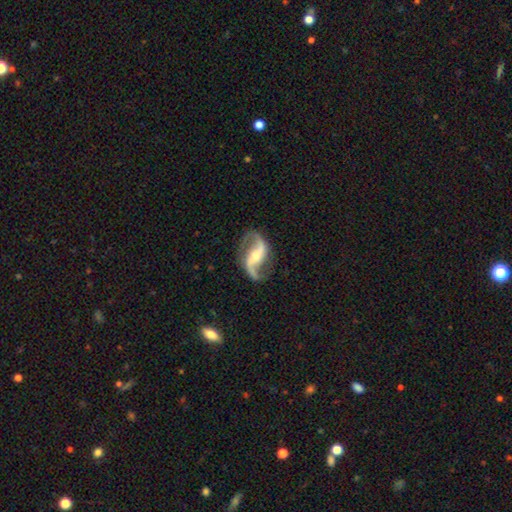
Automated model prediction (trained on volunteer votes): A featured or disk galaxy (92%) with a weak bar (38%), 2 (94%) loose (66%) spiral arms (98%) and a moderate central bulge (47%).

Vote fractions:
- Smooth or featured? featured or disk: 92% / star or artifact: 4% / smooth: 4%
- Edge-on disk? no: 98% / yes: 2%
- Bar? weak: 38% / strong: 35% / no: 27%
- Spiral arms? yes: 98% / no: 2%
- Spiral winding? loose: 66% / medium: 29% / tight: 6%
- Spiral arm count? 2: 94% / 1: 2% / can't tell: 1% / 3: 1% / 4: 1% / more than 4: 1%
- Bulge size? moderate: 47% / small: 42% / large: 5% / none: 4% / dominant: 1%
- Merging? none: 81% / minor disturbance: 12% / major disturbance: 6% / merger: 2%